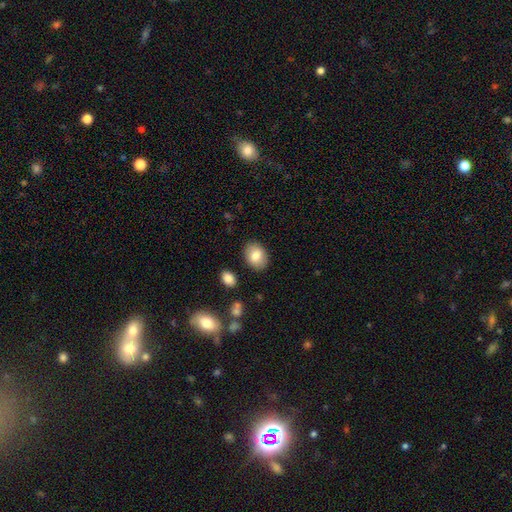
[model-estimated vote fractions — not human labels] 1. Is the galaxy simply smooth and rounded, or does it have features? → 81% smooth, 11% featured or disk, 8% star or artifact.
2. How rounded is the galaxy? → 73% in between, 26% round, 1% cigar-shaped.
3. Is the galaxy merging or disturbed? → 86% none, 9% minor disturbance, 3% major disturbance, 2% merger.